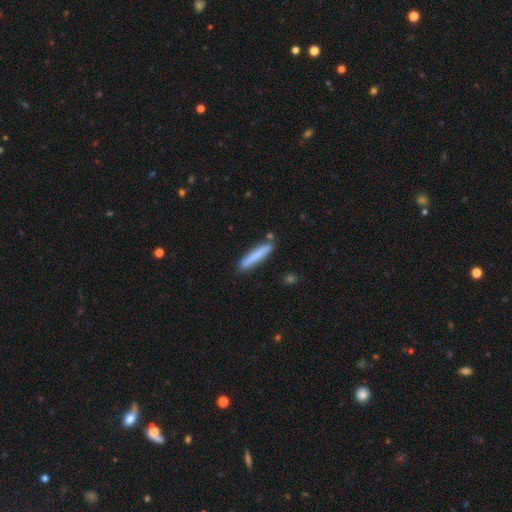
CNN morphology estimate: A smooth galaxy with no disk features (78%) that is cigar-shaped (94%). Merging: none (84%).